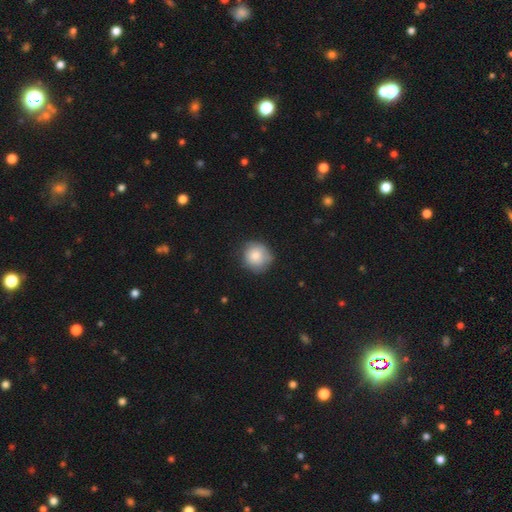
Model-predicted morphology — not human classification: Smooth or featured? smooth (82%)
How rounded? round (89%)
Merging? none (74%)